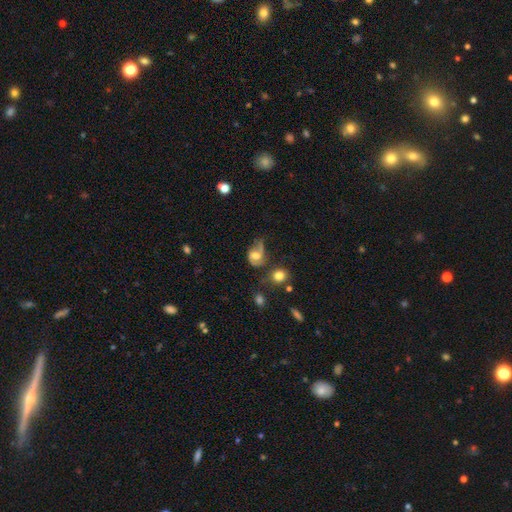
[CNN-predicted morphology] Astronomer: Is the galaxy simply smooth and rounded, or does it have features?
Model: featured or disk — 49% (runner-up: smooth, 41%).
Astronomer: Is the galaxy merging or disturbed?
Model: none — 32% (runner-up: major disturbance, 30%).